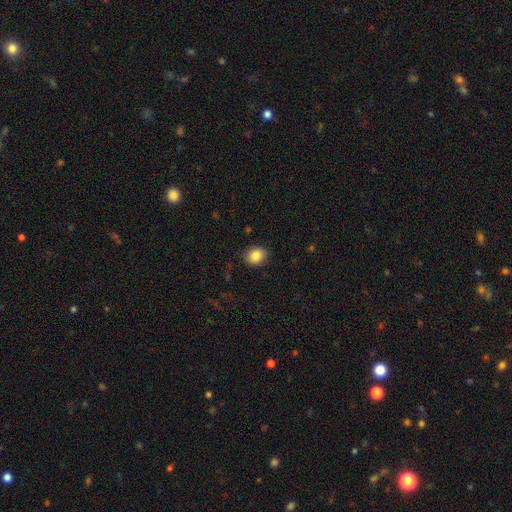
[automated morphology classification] This appears to be a smooth galaxy with no disk features (85%) that is round (59%). Merging: none (88%).